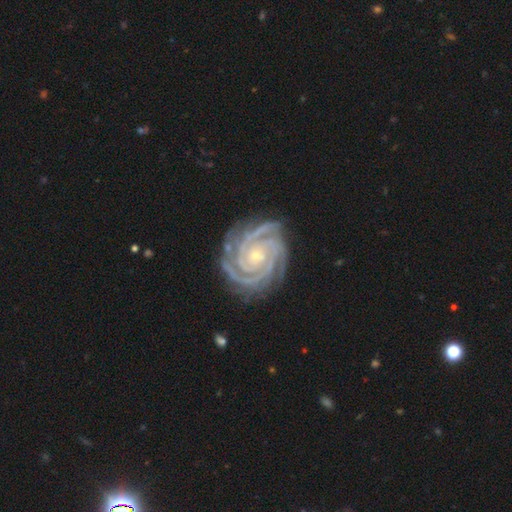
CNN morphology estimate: smooth-or-featured: featured or disk: 93% | star or artifact: 4% | smooth: 2%
  disk-edge-on: no: 98% | yes: 2%
    bar: no: 74% | weak: 15% | strong: 10%
    has-spiral-arms: yes: 99% | no: 1%
      spiral-winding: tight: 84% | medium: 14% | loose: 1%
      spiral-arm-count: 3: 34% | 4: 27% | 2: 14% | more than 4: 10% | can't tell: 9% | 1: 7%
    bulge-size: small: 78% | moderate: 19% | none: 1% | large: 1% | dominant: 1%
  merging: none: 80% | minor disturbance: 15% | major disturbance: 4% | merger: 1%